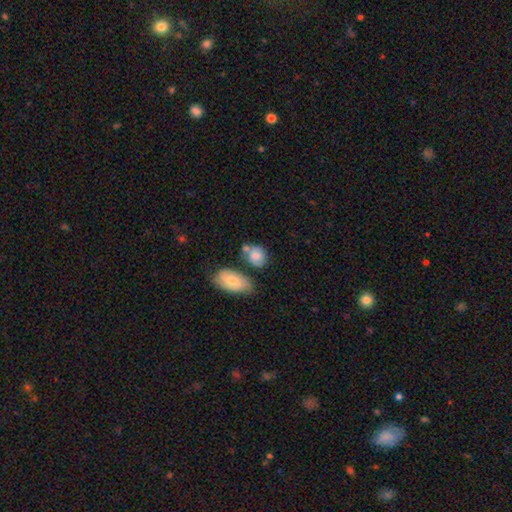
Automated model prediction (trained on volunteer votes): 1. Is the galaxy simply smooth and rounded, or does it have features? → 76% smooth, 16% featured or disk, 7% star or artifact.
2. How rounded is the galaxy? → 52% in between, 46% round, 2% cigar-shaped.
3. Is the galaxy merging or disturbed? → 45% none, 29% merger, 19% minor disturbance, 7% major disturbance.